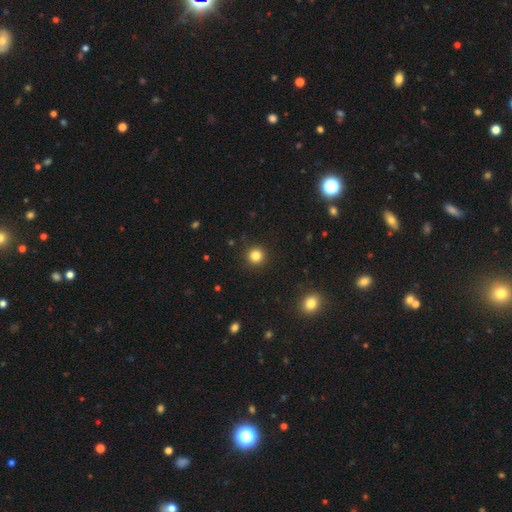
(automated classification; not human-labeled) Smooth or featured? Predicted: smooth (p=0.82). How rounded? Predicted: round (p=0.95). Merging? Predicted: none (p=0.92).